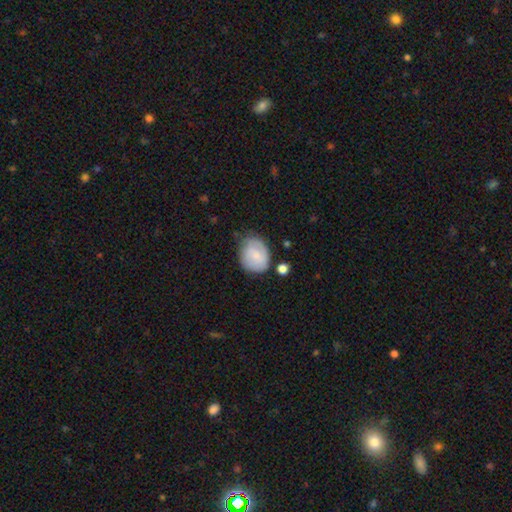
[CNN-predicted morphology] smooth-or-featured: smooth: 60% | featured or disk: 33% | star or artifact: 7%
  how-rounded: in between: 55% | round: 44% | cigar-shaped: 1%
  merging: none: 58% | minor disturbance: 29% | major disturbance: 8% | merger: 5%